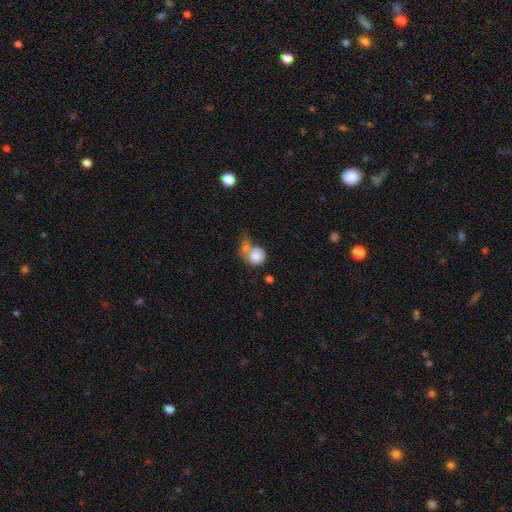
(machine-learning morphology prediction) A smooth galaxy with no disk features (81%) that is round (82%). Merging: merger (46%).